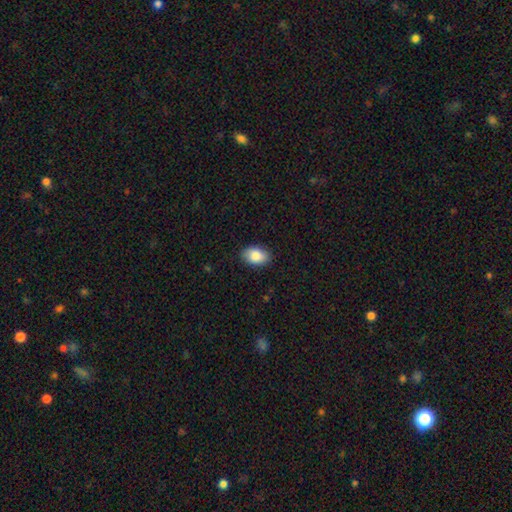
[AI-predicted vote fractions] This appears to be a smooth galaxy with no disk features (87%) that is in between round and cigar-shaped (88%). Merging: none (87%).